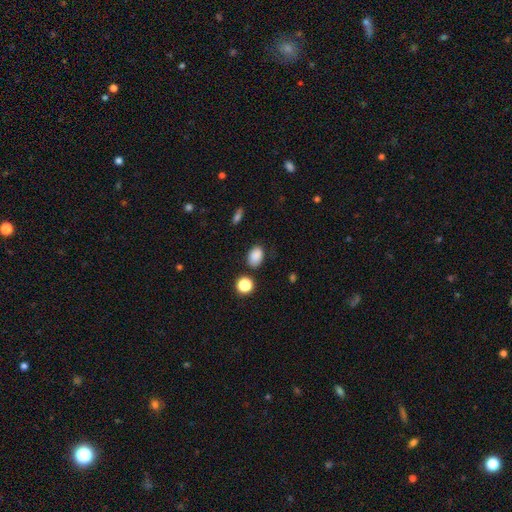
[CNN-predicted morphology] The model was most divided on "merging": none: 77%, minor disturbance: 16%, major disturbance: 4%, merger: 4%. More confident: smooth or featured — smooth (86%); how rounded — in between (81%).